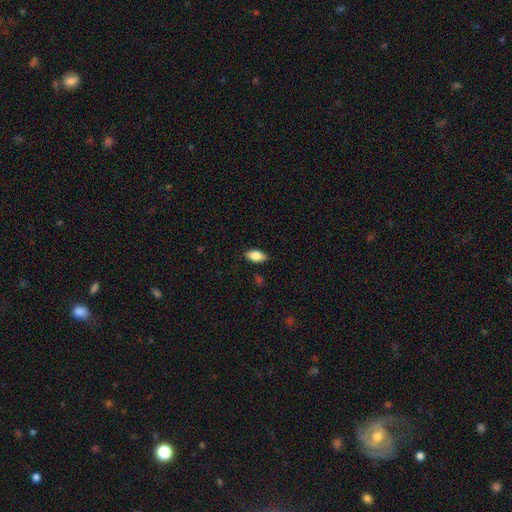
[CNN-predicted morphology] Smooth or featured: smooth — 82% (featured or disk — 10%)
How rounded: in between — 91% (cigar-shaped — 6%)
Merging: none — 87% (minor disturbance — 10%)